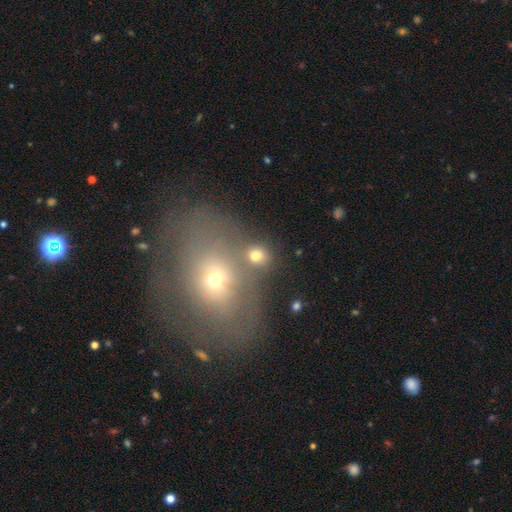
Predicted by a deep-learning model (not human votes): This is likely a smooth galaxy (73%). How rounded: likely round (73%). Merging: possibly none (55%).